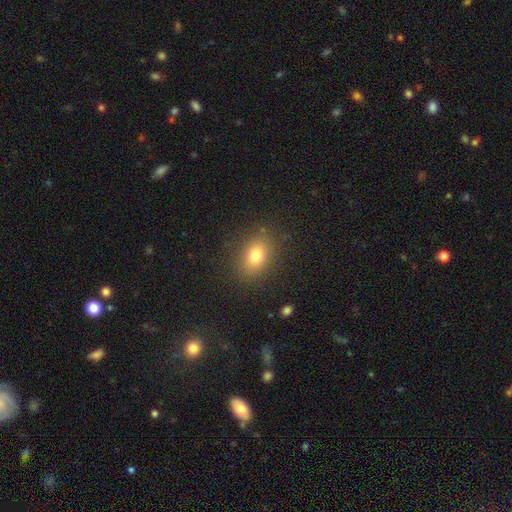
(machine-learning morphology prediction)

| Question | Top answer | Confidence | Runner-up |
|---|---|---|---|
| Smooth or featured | smooth | 78% | star or artifact (12%) |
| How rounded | in between | 69% | round (29%) |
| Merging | none | 85% | minor disturbance (10%) |